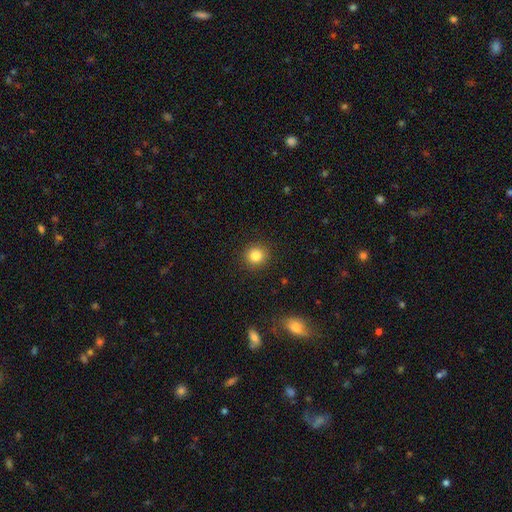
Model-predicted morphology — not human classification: A smooth galaxy with no disk features (83%) that is round (92%).

Vote fractions:
- Smooth or featured? smooth: 83% / star or artifact: 11% / featured or disk: 6%
- How rounded? round: 92% / in between: 7% / cigar-shaped: 1%
- Merging? none: 91% / minor disturbance: 6% / major disturbance: 2% / merger: 1%